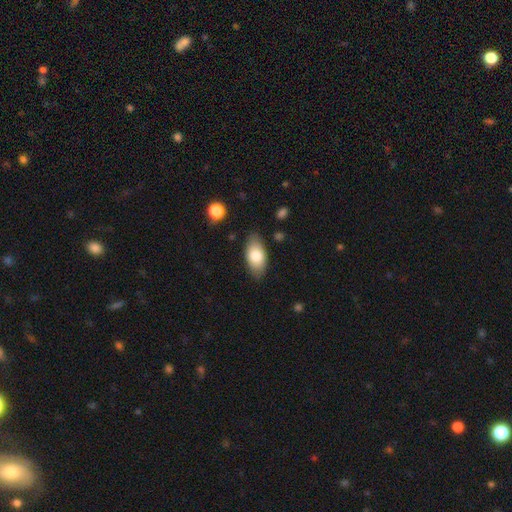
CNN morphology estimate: This is likely a smooth galaxy (79%). How rounded: clearly in between (92%). Merging: clearly none (82%).